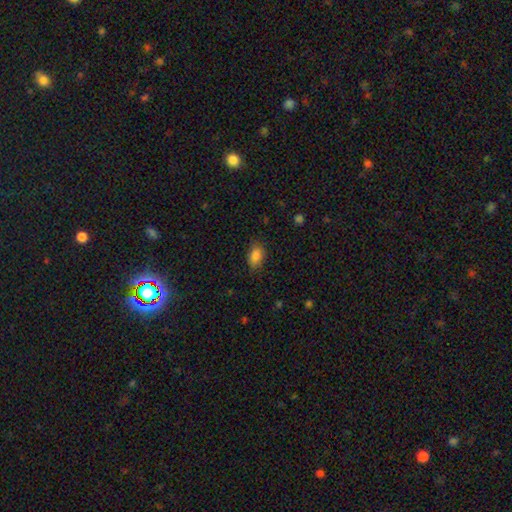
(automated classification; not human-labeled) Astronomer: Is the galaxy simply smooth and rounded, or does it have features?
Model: smooth — 85%.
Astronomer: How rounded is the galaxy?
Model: in between — 83%.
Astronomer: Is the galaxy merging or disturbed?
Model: none — 80%.